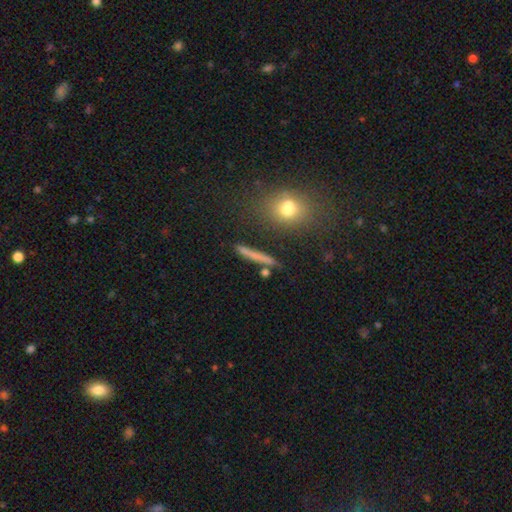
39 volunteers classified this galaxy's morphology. This appears to be a smooth galaxy with no disk features (69%) that is cigar-shaped (89%). Merging: none (62%).